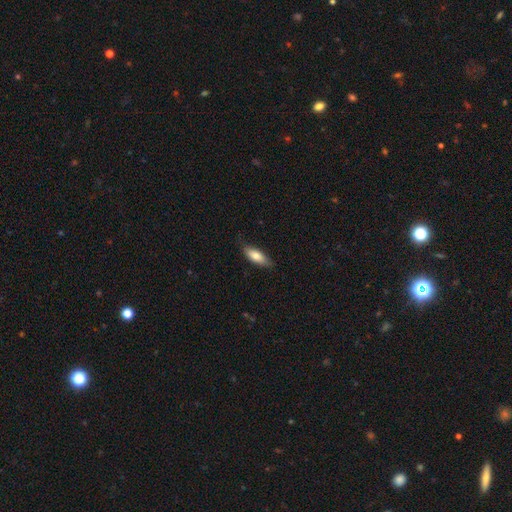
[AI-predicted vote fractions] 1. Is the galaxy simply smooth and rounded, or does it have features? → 78% smooth, 16% featured or disk, 6% star or artifact.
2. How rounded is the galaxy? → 74% in between, 24% cigar-shaped, 2% round.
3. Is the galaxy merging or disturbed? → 77% none, 18% minor disturbance, 3% major disturbance, 1% merger.